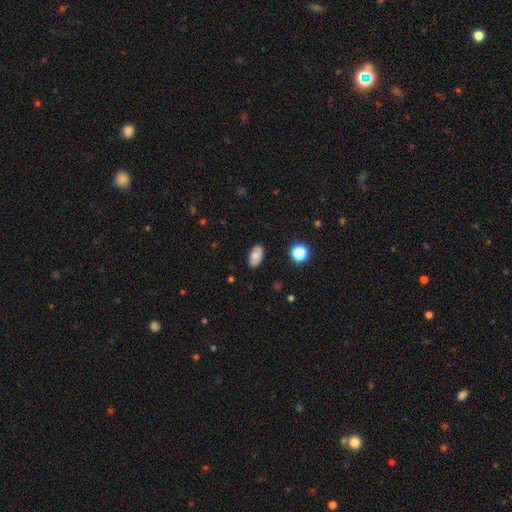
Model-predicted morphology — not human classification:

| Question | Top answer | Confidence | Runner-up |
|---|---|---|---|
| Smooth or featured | smooth | 75% | featured or disk (15%) |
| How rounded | in between | 92% | round (6%) |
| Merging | none | 85% | minor disturbance (12%) |